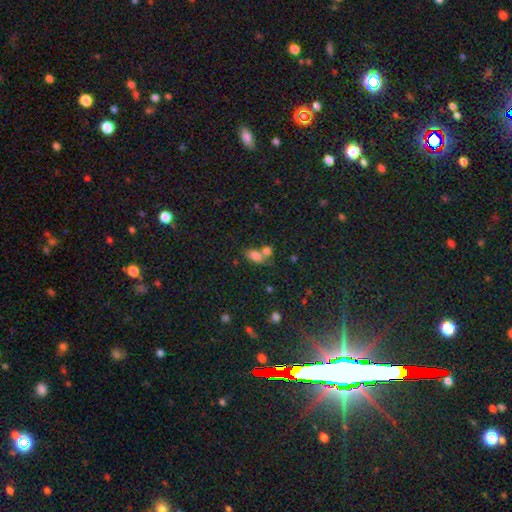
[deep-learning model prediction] A smooth galaxy with no disk features (78%) that is in between round and cigar-shaped (87%). Merging: merger (47%).